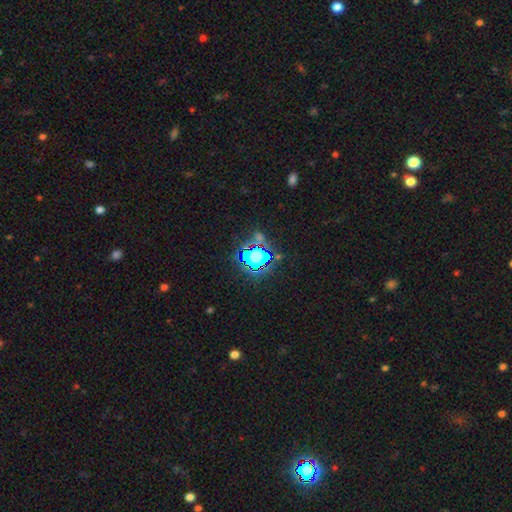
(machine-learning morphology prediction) The model was most divided on "smooth or featured": star or artifact: 57%, smooth: 30%, featured or disk: 12%.